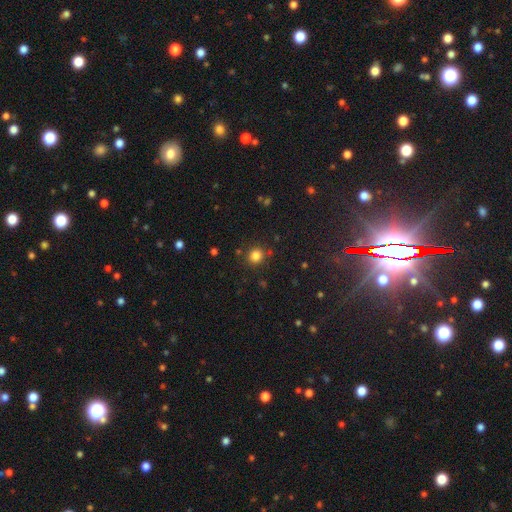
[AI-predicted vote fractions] Smooth or featured? smooth (82%)
How rounded? round (89%)
Merging? none (85%)